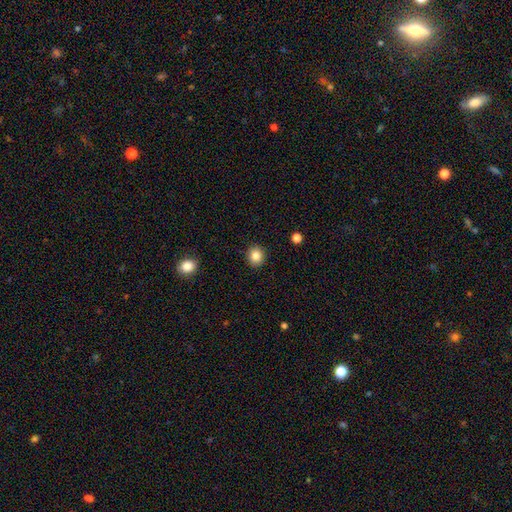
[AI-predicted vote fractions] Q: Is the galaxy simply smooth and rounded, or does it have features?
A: smooth — 85%.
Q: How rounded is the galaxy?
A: round — 80%.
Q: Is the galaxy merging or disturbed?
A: none — 91%.